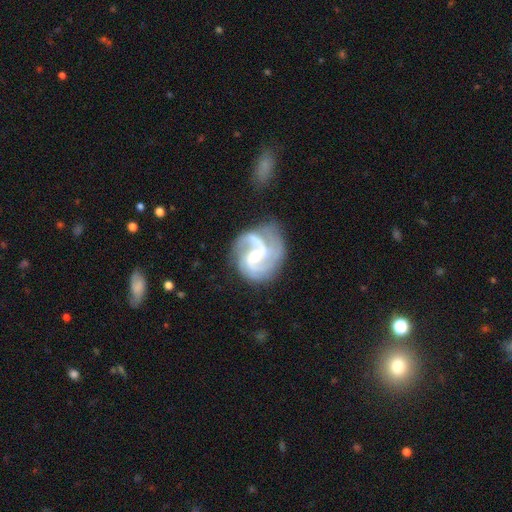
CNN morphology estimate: Smooth or featured?
  - featured or disk: 91% *
  - star or artifact: 5%
  - smooth: 5%
Edge-on disk?
  - no: 98% *
  - yes: 2%
Bar?
  - weak: 46% *
  - no: 37%
  - strong: 17%
Spiral arms?
  - yes: 98% *
  - no: 2%
Spiral winding?
  - medium: 53% *
  - tight: 29%
  - loose: 18%
Spiral arm count?
  - 2: 52% *
  - 3: 31%
  - can't tell: 7%
  - 4: 4%
  - 1: 4%
  - more than 4: 3%
Bulge size?
  - moderate: 55% *
  - small: 39%
  - large: 3%
  - none: 2%
  - dominant: 1%
Merging?
  - none: 63% *
  - minor disturbance: 21%
  - major disturbance: 12%
  - merger: 4%